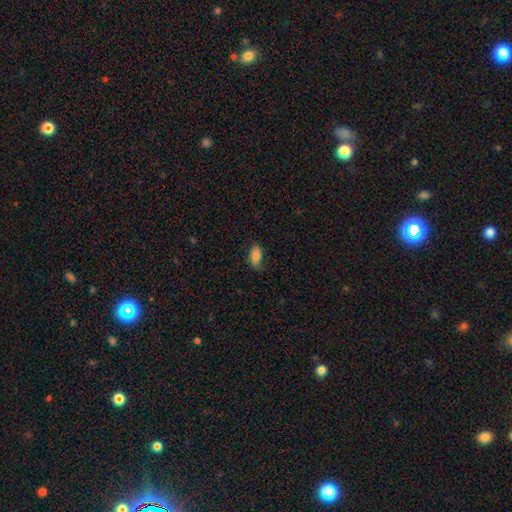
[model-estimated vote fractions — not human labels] Morphology: type=smooth (78%); roundness=in between (91%); merging=none (68%).